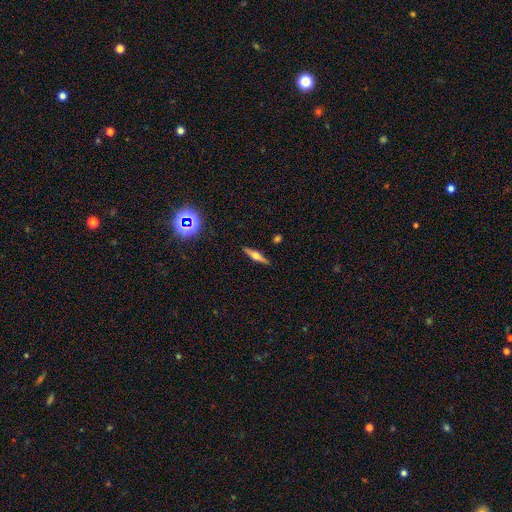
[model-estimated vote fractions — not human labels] Overall: featured or disk (67%). Edge-on disk: yes (97%). Edge-on bulge: rounded (90%). Merging: none (90%).